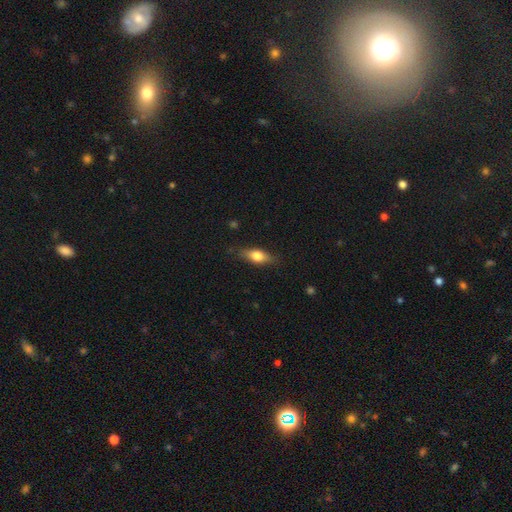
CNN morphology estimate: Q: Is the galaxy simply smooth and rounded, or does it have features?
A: smooth — 69%.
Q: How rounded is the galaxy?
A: in between — 70%.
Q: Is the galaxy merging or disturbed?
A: none — 81%.